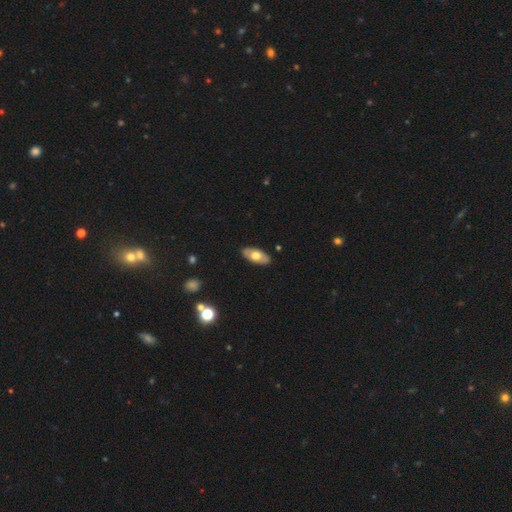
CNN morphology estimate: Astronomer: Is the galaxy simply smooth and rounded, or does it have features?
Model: smooth — 55% (runner-up: featured or disk, 39%).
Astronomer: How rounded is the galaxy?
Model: in between — 91%.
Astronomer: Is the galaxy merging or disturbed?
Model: none — 87%.